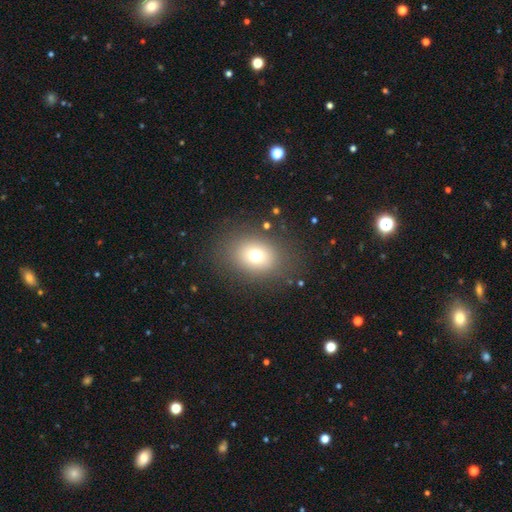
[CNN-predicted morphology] Smooth or featured: smooth — 72% (star or artifact — 15%)
How rounded: in between — 54% (round — 45%)
Merging: none — 83% (minor disturbance — 10%)